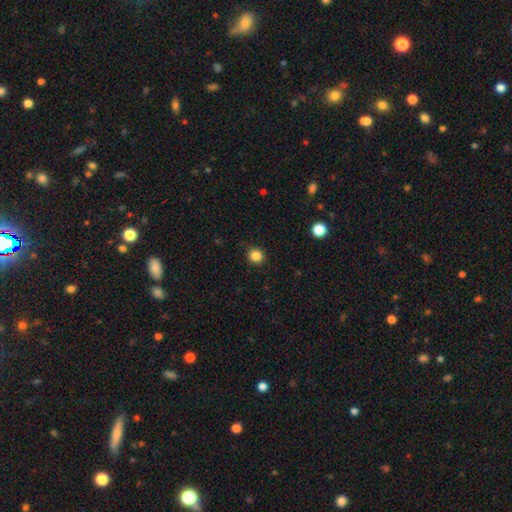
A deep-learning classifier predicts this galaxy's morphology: type=smooth (85%); roundness=round (91%); merging=none (91%).